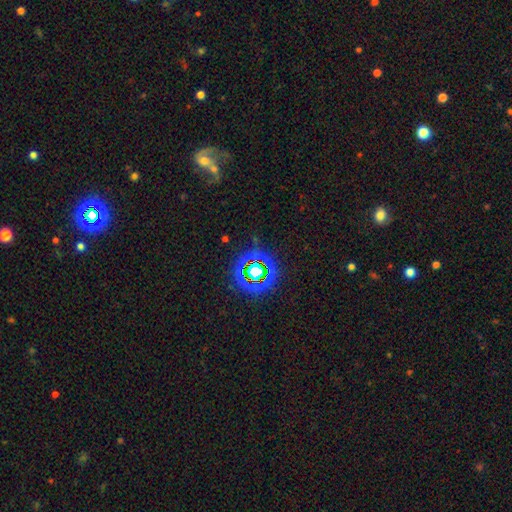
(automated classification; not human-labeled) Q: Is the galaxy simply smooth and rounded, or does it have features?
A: star or artifact — 64%.